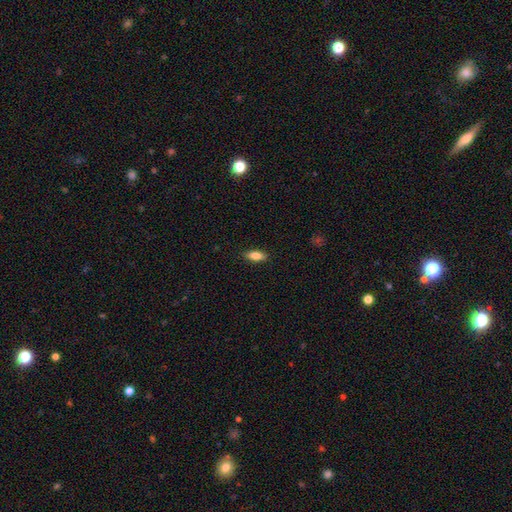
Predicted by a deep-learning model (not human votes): smooth_or_featured: smooth (p=0.81) [alt: featured or disk p=0.12]
how_rounded: in between (p=0.78) [alt: cigar-shaped p=0.19]
merging: none (p=0.88) [alt: minor disturbance p=0.09]